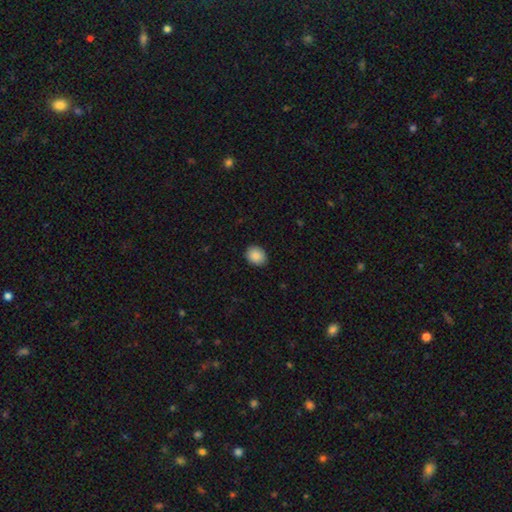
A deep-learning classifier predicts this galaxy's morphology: The model was most divided on "how rounded": round: 62%, in between: 37%, cigar-shaped: 1%. More confident: merging — none (89%); smooth or featured — smooth (89%).